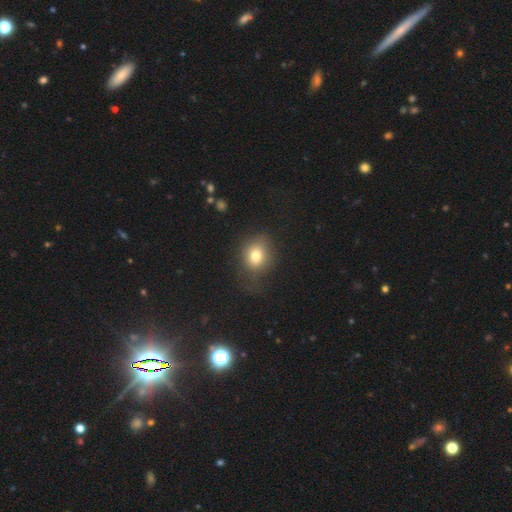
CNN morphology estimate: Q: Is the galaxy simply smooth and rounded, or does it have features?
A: smooth — 77%.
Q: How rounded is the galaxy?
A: round — 66%.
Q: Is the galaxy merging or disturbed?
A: none — 64%.